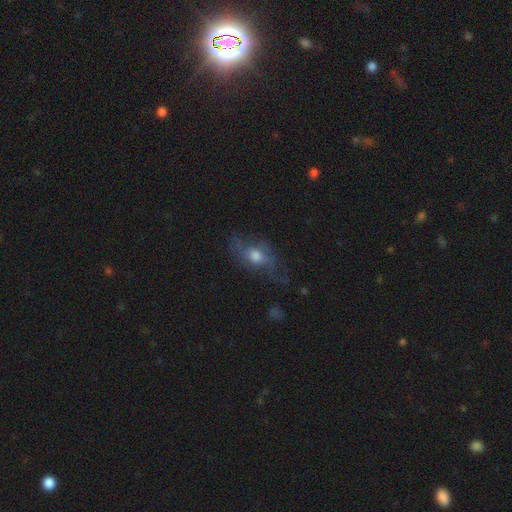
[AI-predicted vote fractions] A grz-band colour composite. It shows a smooth galaxy with no disk features (49%). Merging: none (49%).